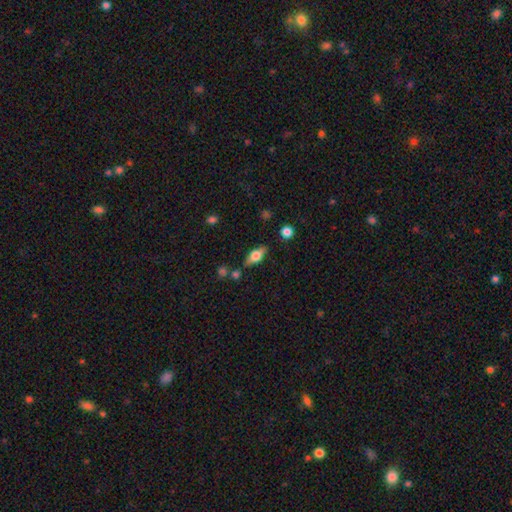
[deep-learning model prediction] smooth 52%, featured or disk 40%, star or artifact 8%. Down the decision tree: how rounded — in between (72%); merging — none (77%).